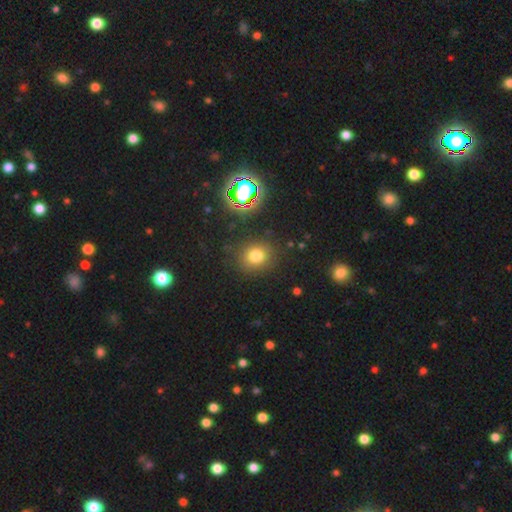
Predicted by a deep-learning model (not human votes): smooth_or_featured: smooth (p=0.73) [alt: star or artifact p=0.19]
how_rounded: round (p=0.72) [alt: in between p=0.27]
merging: none (p=0.84) [alt: minor disturbance p=0.10]